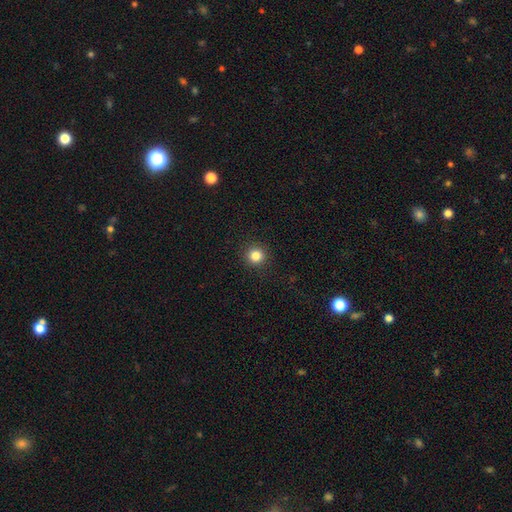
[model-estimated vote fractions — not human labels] smooth-or-featured: smooth: 84% | star or artifact: 12% | featured or disk: 4%
  how-rounded: round: 95% | in between: 4% | cigar-shaped: 1%
  merging: none: 93% | minor disturbance: 5% | major disturbance: 2% | merger: 1%